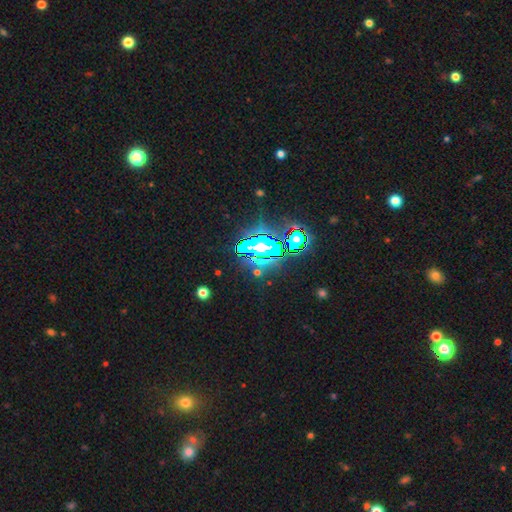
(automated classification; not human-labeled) This is likely a star or artifact rather than a galaxy (72%).